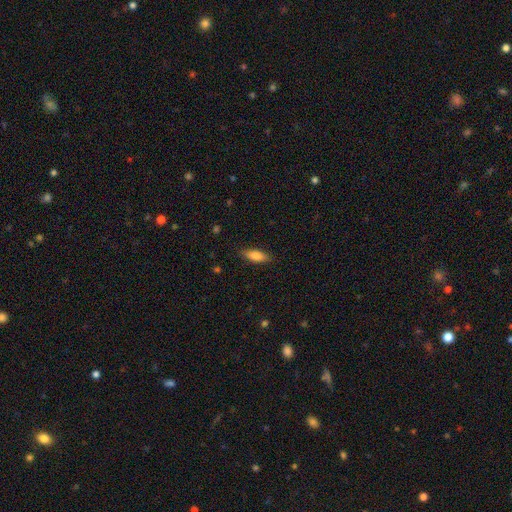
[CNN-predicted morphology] A smooth galaxy with no disk features (78%) that is in between round and cigar-shaped (63%). Merging: none (86%).